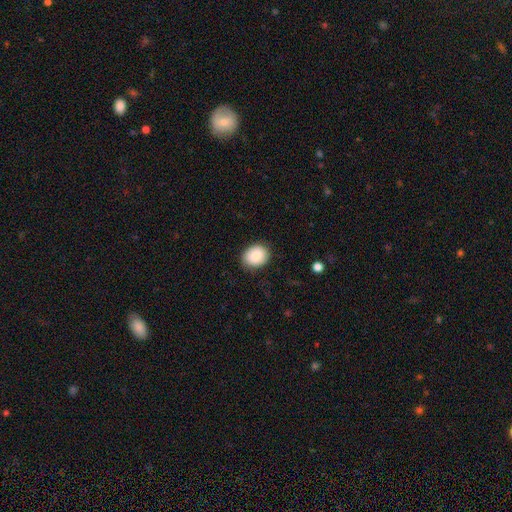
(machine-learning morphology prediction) Smooth or featured? Predicted: smooth (p=0.85). How rounded? Predicted: round (p=0.55). Merging? Predicted: none (p=0.85).